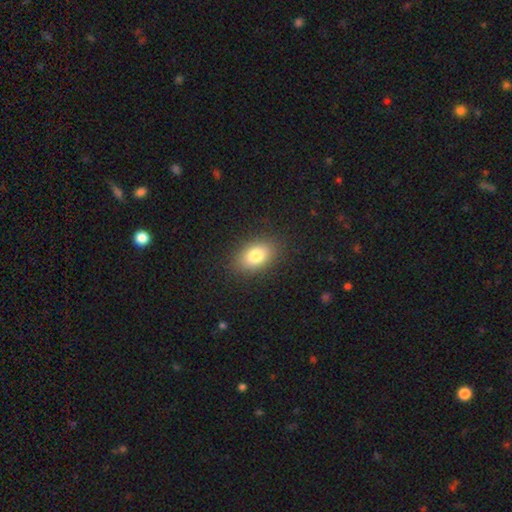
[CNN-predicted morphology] Smooth or featured? smooth (81%)
How rounded? in between (86%)
Merging? none (87%)